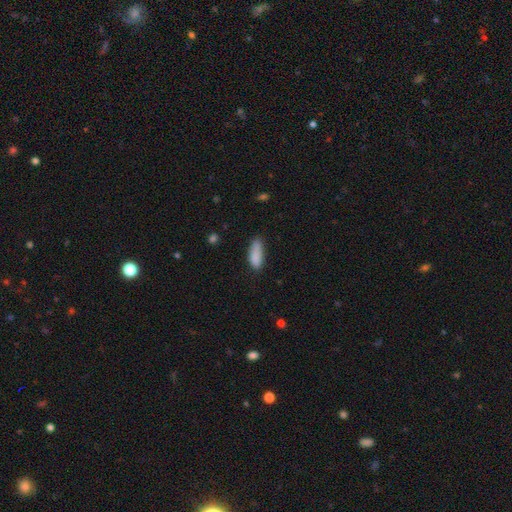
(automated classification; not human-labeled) This is clearly a smooth galaxy (86%). How rounded: likely in between (66%). Merging: likely none (60%).